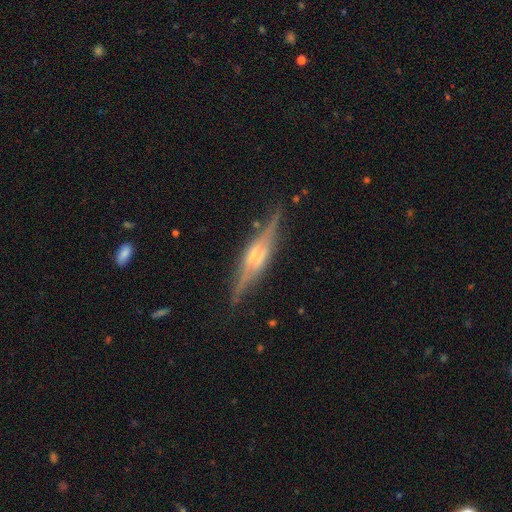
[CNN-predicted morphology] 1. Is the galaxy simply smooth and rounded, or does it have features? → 82% featured or disk, 11% smooth, 6% star or artifact.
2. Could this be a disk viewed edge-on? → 96% yes, 4% no.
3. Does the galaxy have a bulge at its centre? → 59% rounded, 32% boxy, 9% none.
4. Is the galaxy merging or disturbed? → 83% none, 13% minor disturbance, 3% major disturbance, 2% merger.